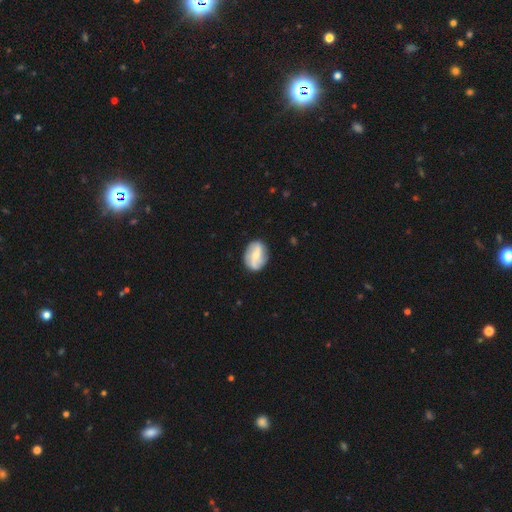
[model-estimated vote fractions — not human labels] Overall: featured or disk (60%; smooth 33%). Edge-on disk: no (96%). Bar: weak (44%; no 33%). Spiral arms: yes (84%). Bulge size: small (50%; moderate 39%). Merging: none (78%).